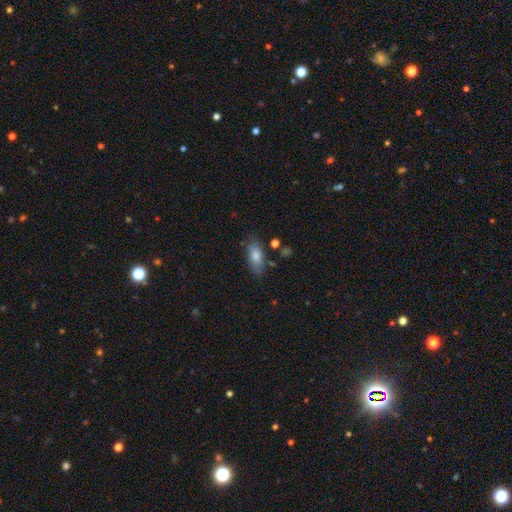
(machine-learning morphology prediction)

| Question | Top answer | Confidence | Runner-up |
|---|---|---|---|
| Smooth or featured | smooth | 80% | featured or disk (13%) |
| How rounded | in between | 84% | cigar-shaped (13%) |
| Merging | none | 73% | minor disturbance (18%) |